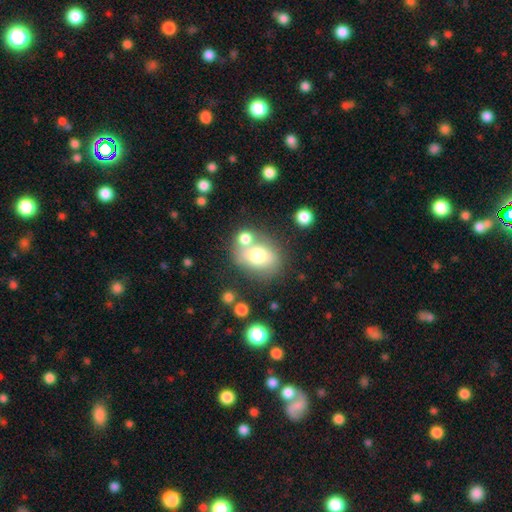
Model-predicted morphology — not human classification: This appears to be a smooth galaxy with no disk features (65%) that is round (53%). Merging: none (60%).